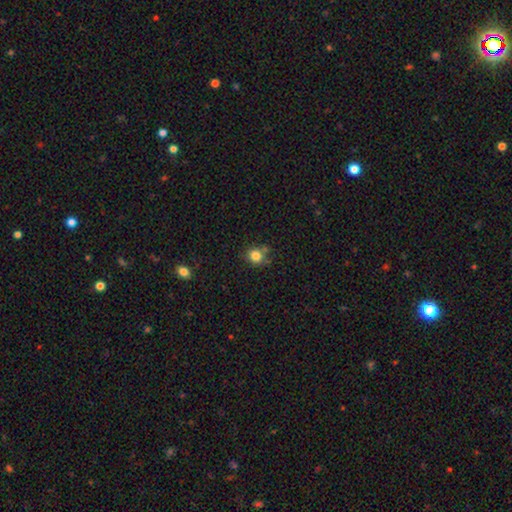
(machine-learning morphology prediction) This is clearly a smooth galaxy (82%). How rounded: clearly round (85%). Merging: likely none (70%).